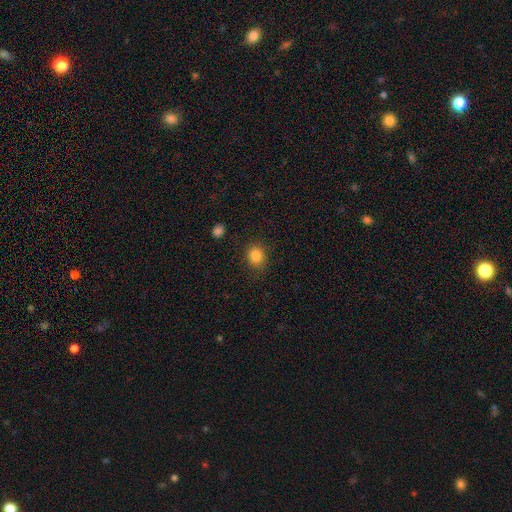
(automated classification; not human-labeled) This is clearly a smooth galaxy (84%). How rounded: likely round (69%). Merging: clearly none (86%).